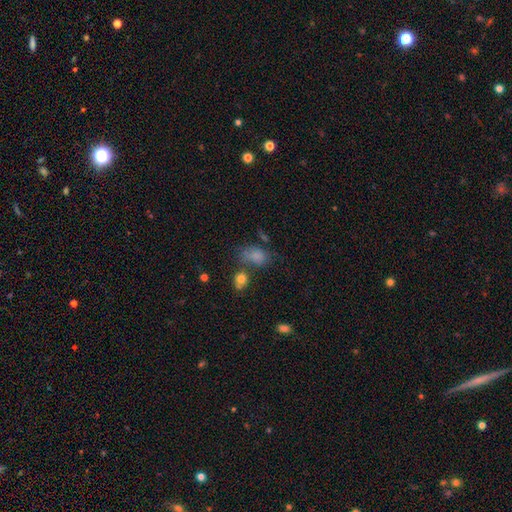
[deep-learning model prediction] A smooth galaxy with no disk features (75%) that is in between round and cigar-shaped (75%). Merging: none (45%).